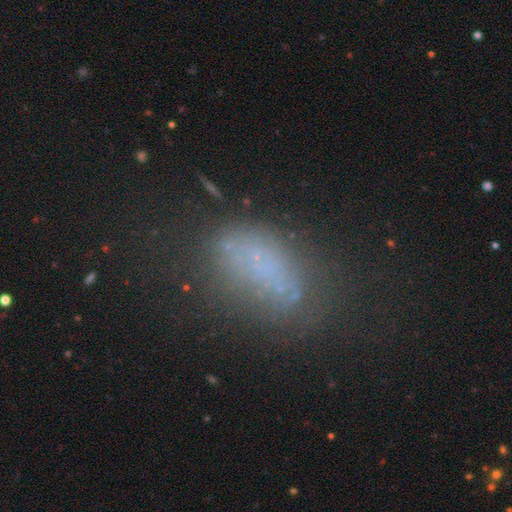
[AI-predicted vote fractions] Smooth or featured? Predicted: smooth (p=0.49). Merging? Predicted: none (p=0.47).